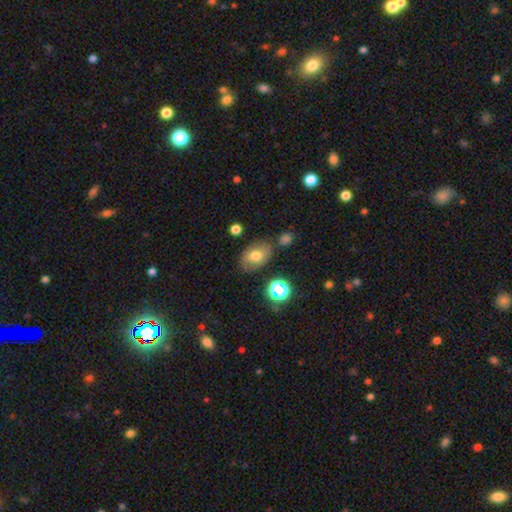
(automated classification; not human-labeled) Smooth or featured? Predicted: smooth (p=0.67). How rounded? Predicted: in between (p=0.82). Merging? Predicted: none (p=0.72).